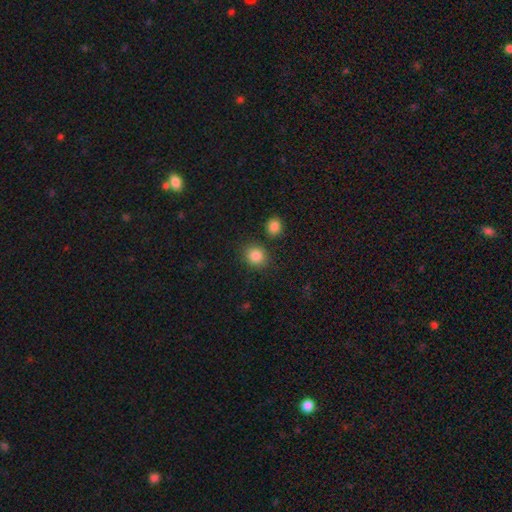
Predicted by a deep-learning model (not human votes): smooth_or_featured: smooth (p=0.86) [alt: star or artifact p=0.10]
how_rounded: round (p=0.80) [alt: in between p=0.19]
merging: none (p=0.82) [alt: minor disturbance p=0.09]